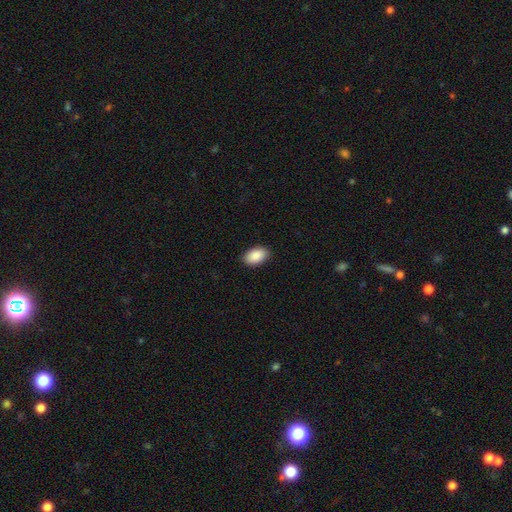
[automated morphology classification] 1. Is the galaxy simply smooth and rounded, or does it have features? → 90% smooth, 6% star or artifact, 4% featured or disk.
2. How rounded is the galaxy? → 94% in between, 5% round, 1% cigar-shaped.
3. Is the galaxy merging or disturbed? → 89% none, 8% minor disturbance, 2% major disturbance, 1% merger.